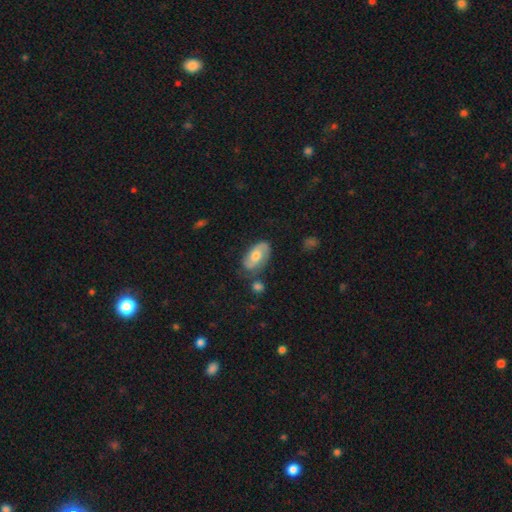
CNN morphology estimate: A featured or disk galaxy (54%) with no bar (62%), spiral arms (83%) and a moderate central bulge (66%). Merging: none (65%).